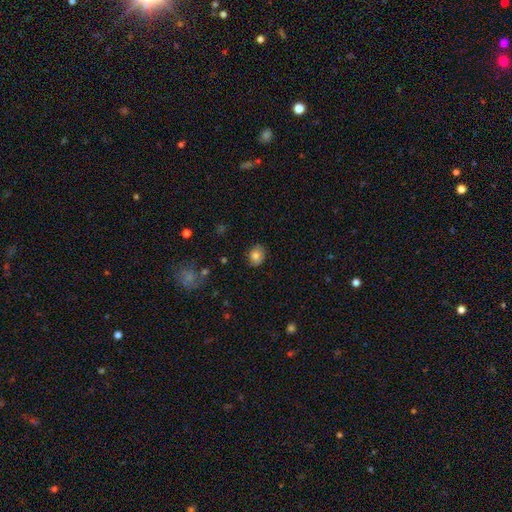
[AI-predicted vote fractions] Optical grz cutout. It shows a smooth galaxy with no disk features (82%) that is round (55%). Merging: none (83%).